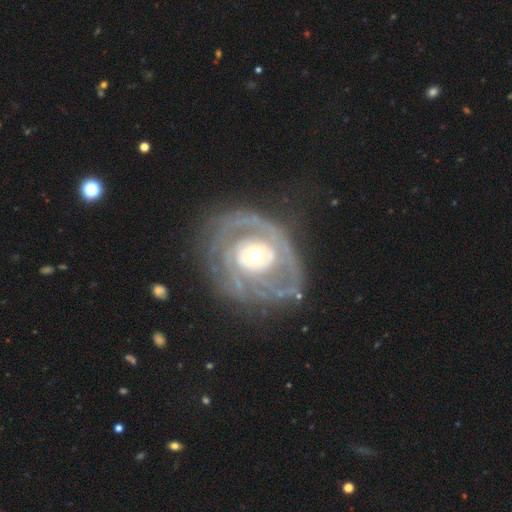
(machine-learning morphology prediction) Q: Smooth or featured?
A: featured or disk (86%); runner-up: smooth (10%)
Q: Edge-on disk?
A: no (97%); runner-up: yes (3%)
Q: Bar?
A: no (76%); runner-up: weak (17%)
Q: Spiral arms?
A: yes (88%); runner-up: no (12%)
Q: Spiral winding?
A: tight (66%); runner-up: medium (24%)
Q: Spiral arm count?
A: 2 (32%); runner-up: can't tell (30%)
Q: Bulge size?
A: moderate (68%); runner-up: large (16%)
Q: Merging?
A: none (69%); runner-up: minor disturbance (17%)